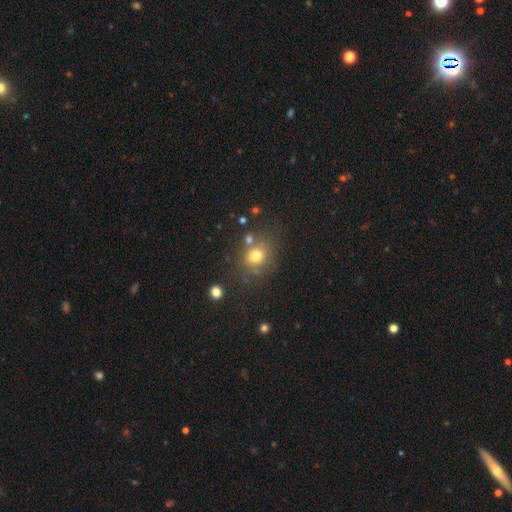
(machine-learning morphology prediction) smooth_or_featured: smooth (p=0.74) [alt: star or artifact p=0.15]
how_rounded: round (p=0.74) [alt: in between p=0.25]
merging: none (p=0.69) [alt: minor disturbance p=0.13]